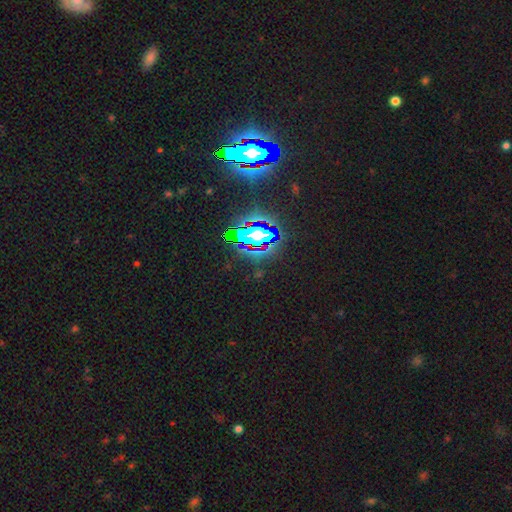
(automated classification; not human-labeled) This appears to be a star or artifact, not a galaxy (81%).